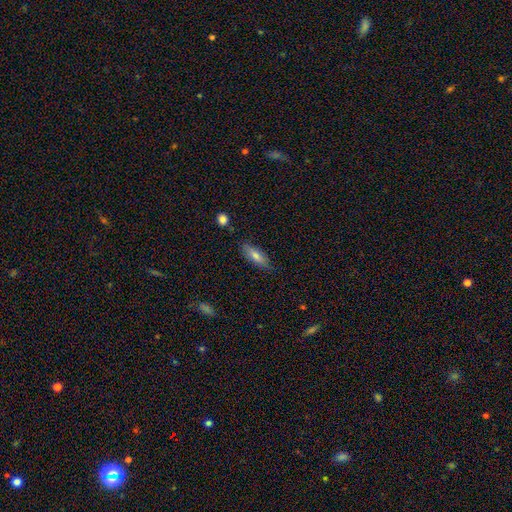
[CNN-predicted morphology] Smooth or featured: smooth — 71% (featured or disk — 22%)
How rounded: in between — 53% (cigar-shaped — 45%)
Merging: none — 82% (minor disturbance — 13%)